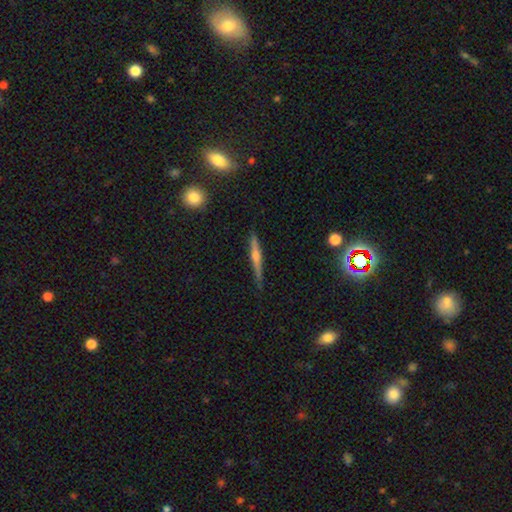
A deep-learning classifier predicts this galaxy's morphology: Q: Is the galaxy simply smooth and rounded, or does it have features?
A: featured or disk — 69%.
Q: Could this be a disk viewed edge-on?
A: yes — 97%.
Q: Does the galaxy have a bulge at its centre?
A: rounded — 83%.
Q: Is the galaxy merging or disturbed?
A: none — 86%.